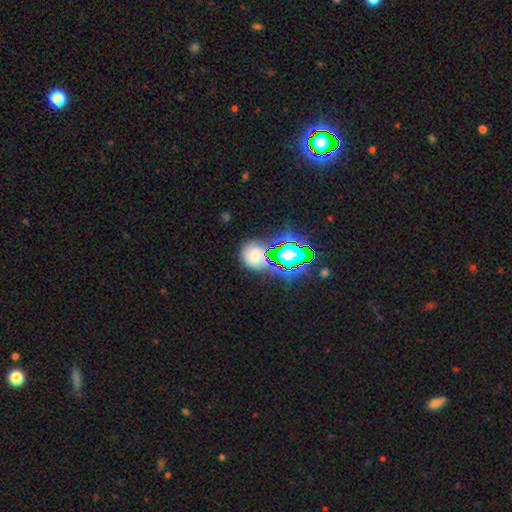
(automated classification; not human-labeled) Overall: smooth (56%; star or artifact 34%). How rounded: round (73%). Merging: none (66%).